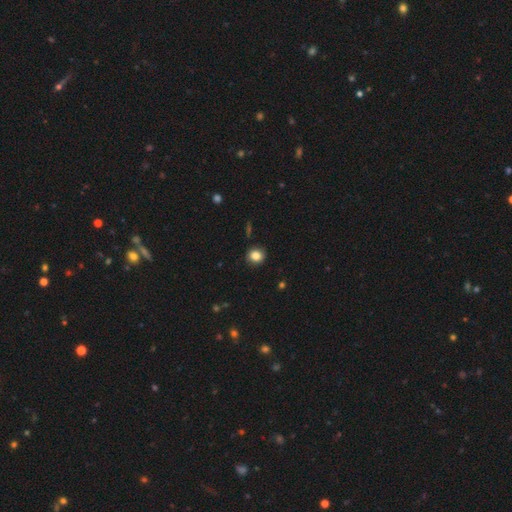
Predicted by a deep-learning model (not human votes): Smooth or featured: smooth — 85% (star or artifact — 10%)
How rounded: round — 81% (in between — 18%)
Merging: none — 89% (minor disturbance — 8%)